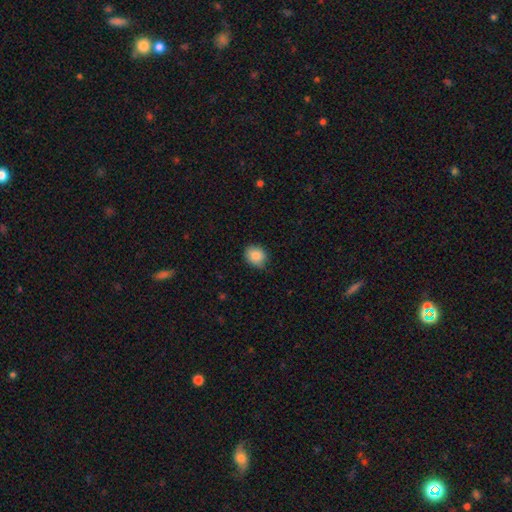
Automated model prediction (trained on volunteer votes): Smooth or featured? Predicted: smooth (p=0.87). How rounded? Predicted: round (p=0.58). Merging? Predicted: none (p=0.78).